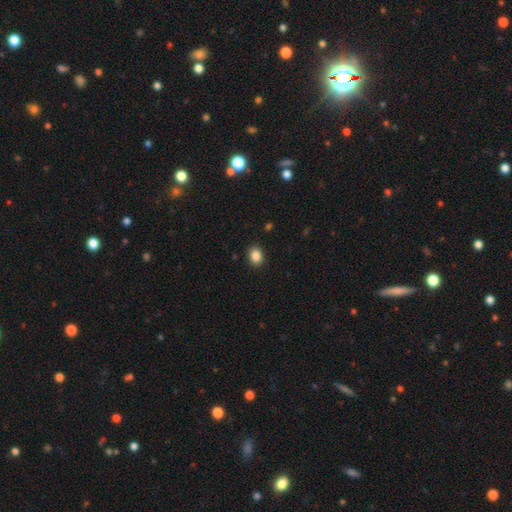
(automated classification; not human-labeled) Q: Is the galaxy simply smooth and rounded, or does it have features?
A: smooth — 87%.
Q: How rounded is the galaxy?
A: in between — 58%.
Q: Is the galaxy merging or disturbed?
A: none — 90%.